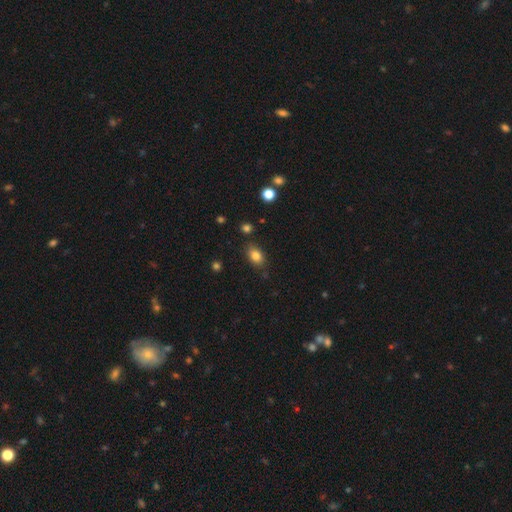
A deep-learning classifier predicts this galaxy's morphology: type=smooth (82%); roundness=in between (81%); merging=none (81%).